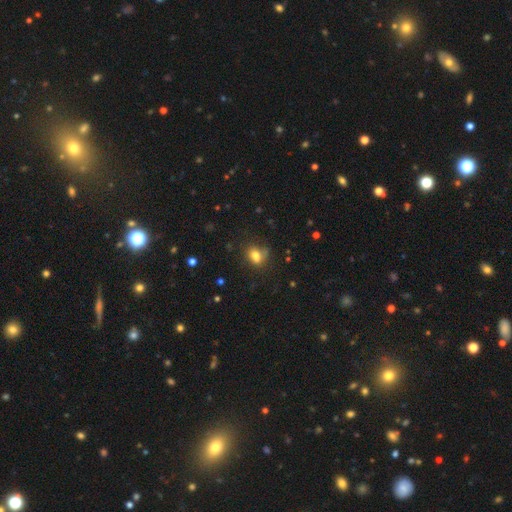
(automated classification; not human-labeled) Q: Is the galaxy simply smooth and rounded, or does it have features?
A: smooth — 77%.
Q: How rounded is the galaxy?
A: in between — 62%.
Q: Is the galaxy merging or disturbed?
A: none — 60%.